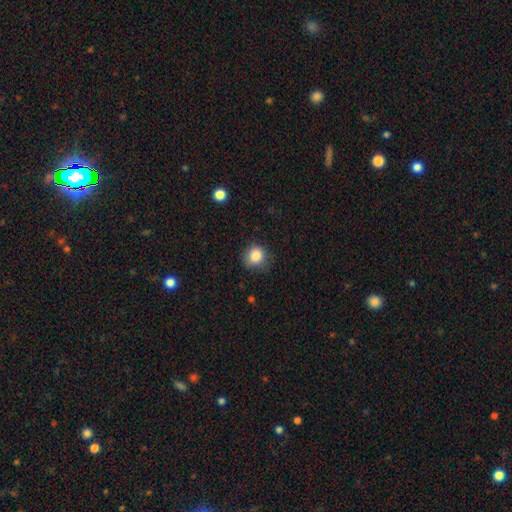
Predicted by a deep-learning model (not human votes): smooth-or-featured: smooth: 84% | star or artifact: 11% | featured or disk: 6%
  how-rounded: round: 83% | in between: 16% | cigar-shaped: 1%
  merging: none: 76% | minor disturbance: 18% | major disturbance: 4% | merger: 1%